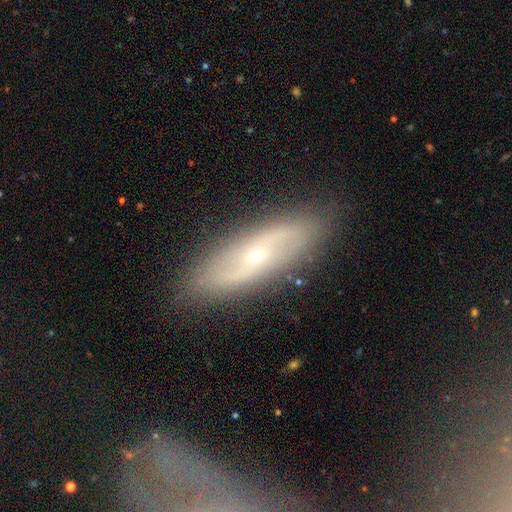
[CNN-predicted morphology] Overall: featured or disk (70%). Edge-on disk: no (77%). Bar: no (58%; weak 30%). Spiral arms: yes (71%). Bulge size: small (68%; moderate 29%). Merging: none (86%).